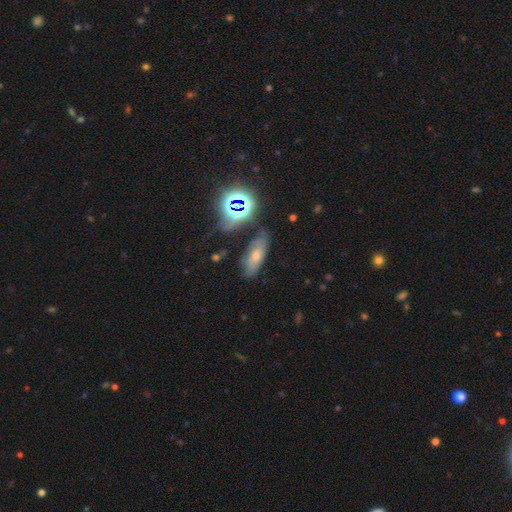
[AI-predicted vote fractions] Smooth or featured?
  - star or artifact: 38% *
  - smooth: 36%
  - featured or disk: 25%